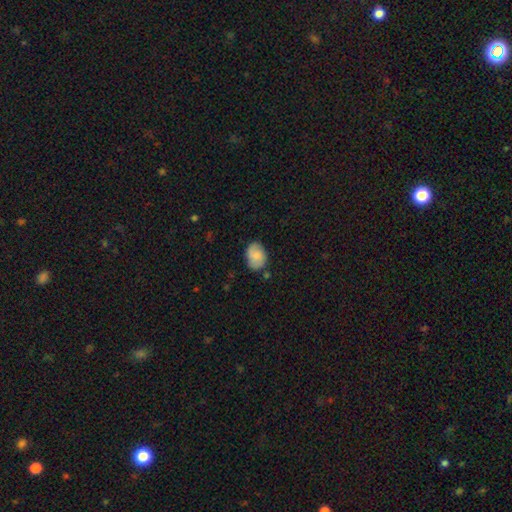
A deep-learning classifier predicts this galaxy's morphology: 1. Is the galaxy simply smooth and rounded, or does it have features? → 78% smooth, 15% featured or disk, 7% star or artifact.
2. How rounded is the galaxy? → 73% in between, 26% round, 1% cigar-shaped.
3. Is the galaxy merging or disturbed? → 76% none, 18% minor disturbance, 4% major disturbance, 3% merger.